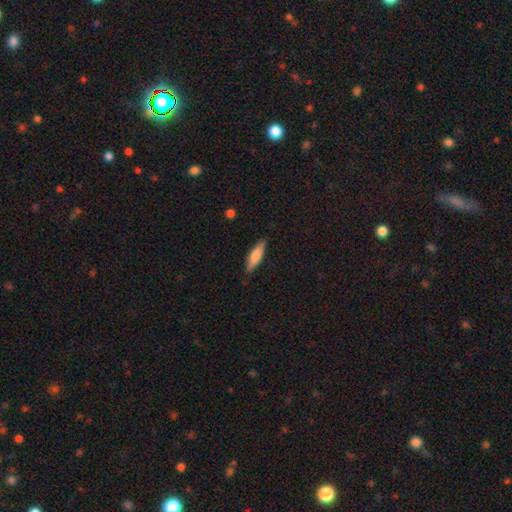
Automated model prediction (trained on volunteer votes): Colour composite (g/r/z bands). It shows a smooth galaxy with no disk features (73%) that is cigar-shaped (65%). Merging: none (85%).